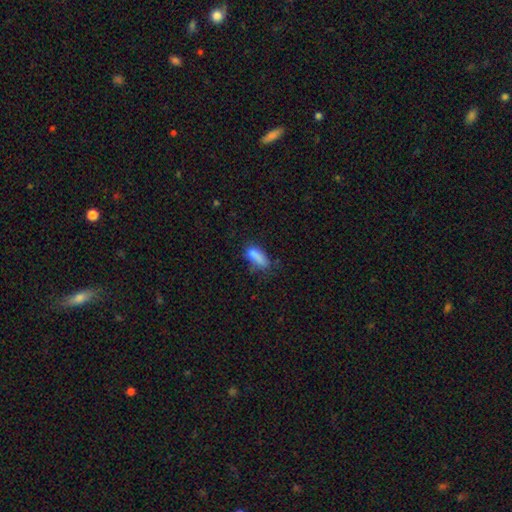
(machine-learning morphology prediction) A smooth galaxy with no disk features (79%) that is in between round and cigar-shaped (72%). Merging: none (45%).